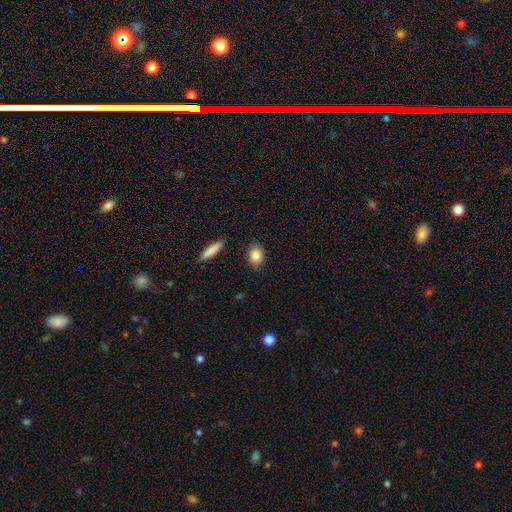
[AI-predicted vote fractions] Smooth or featured? smooth (85%)
How rounded? in between (61%)
Merging? none (87%)